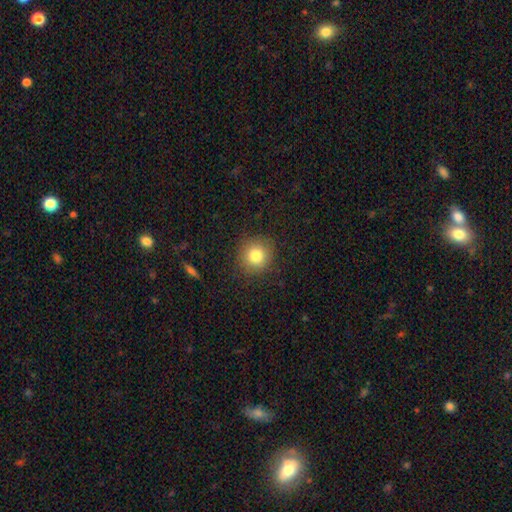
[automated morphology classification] smooth 80%, star or artifact 11%, featured or disk 8%. Down the decision tree: how rounded — round (90%); merging — none (87%).